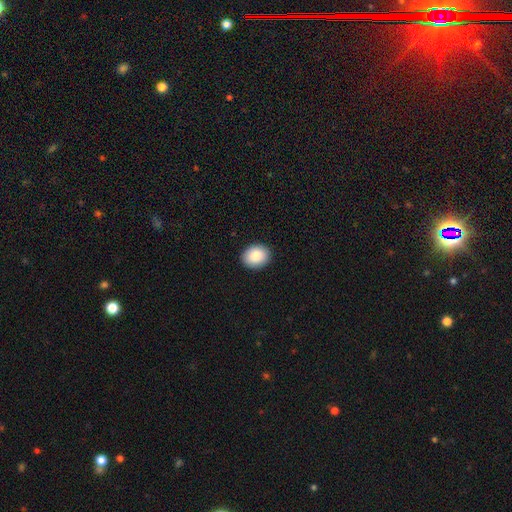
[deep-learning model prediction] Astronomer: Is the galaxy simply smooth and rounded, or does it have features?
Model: smooth — 88%.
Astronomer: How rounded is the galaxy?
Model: in between — 55% (runner-up: round, 44%).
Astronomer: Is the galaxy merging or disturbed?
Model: none — 91%.